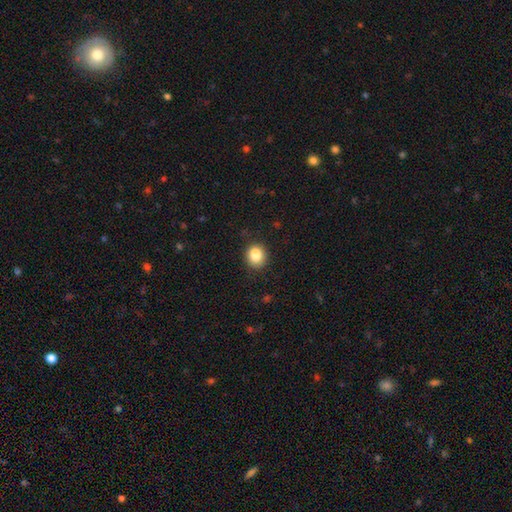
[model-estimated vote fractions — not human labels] Smooth or featured?
  - smooth: 84% *
  - star or artifact: 10%
  - featured or disk: 6%
How rounded?
  - round: 71% *
  - in between: 28%
  - cigar-shaped: 1%
Merging?
  - none: 83% *
  - minor disturbance: 11%
  - major disturbance: 3%
  - merger: 2%